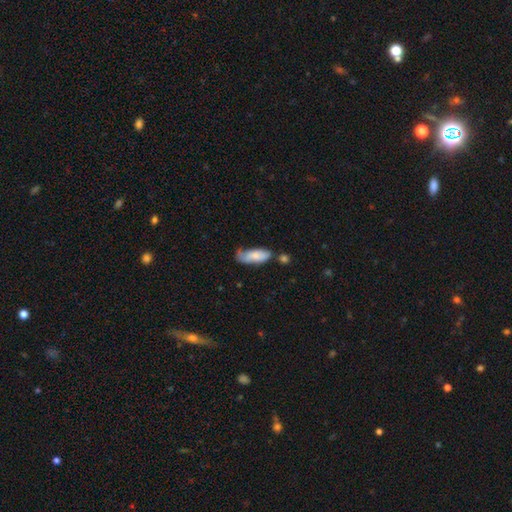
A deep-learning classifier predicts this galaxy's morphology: This appears to be a smooth galaxy with no disk features (74%) that is in between round and cigar-shaped (78%). Merging: none (37%).